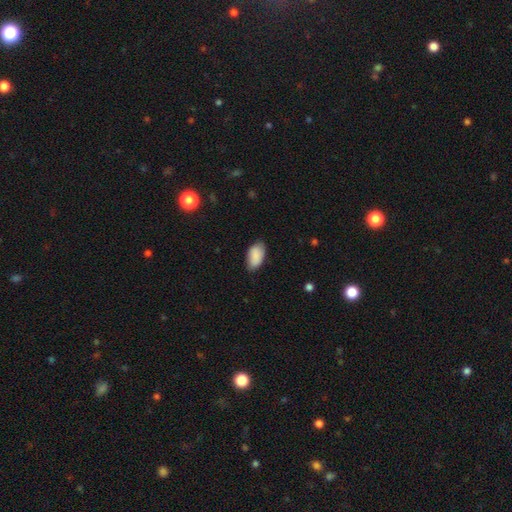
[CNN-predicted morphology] Smooth or featured? smooth (89%)
How rounded? in between (95%)
Merging? none (78%)